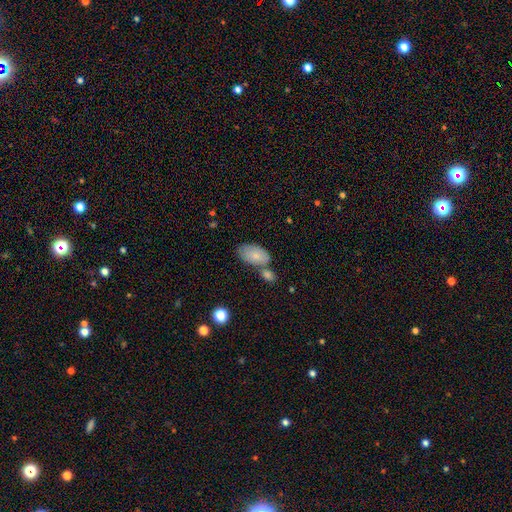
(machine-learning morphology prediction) The model was most divided on "merging": none: 45%, merger: 33%, minor disturbance: 16%, major disturbance: 5%. More confident: how rounded — in between (94%); smooth or featured — smooth (79%).